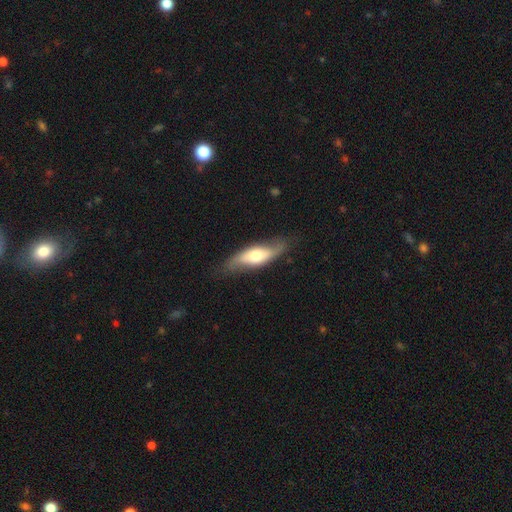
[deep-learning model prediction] Overall: featured or disk (55%; smooth 40%). Edge-on disk: no (65%; yes 35%). Merging: none (73%).